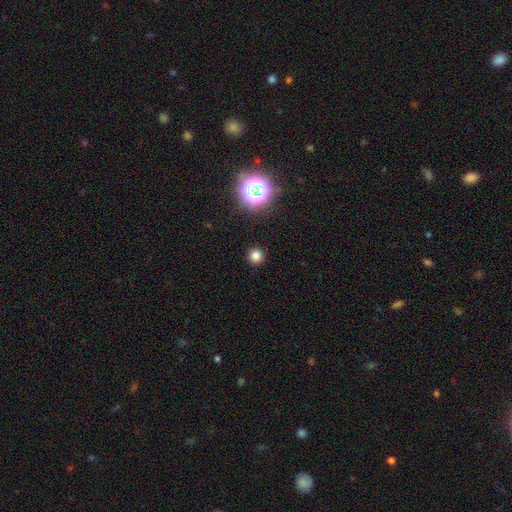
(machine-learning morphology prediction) smooth_or_featured: smooth (p=0.77) [alt: star or artifact p=0.18]
how_rounded: round (p=0.94) [alt: in between p=0.05]
merging: none (p=0.92) [alt: minor disturbance p=0.05]